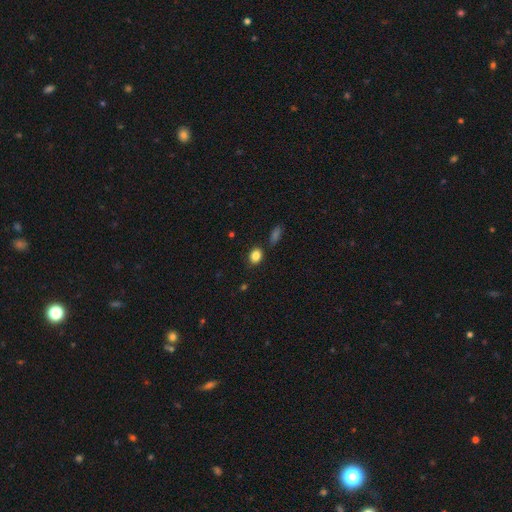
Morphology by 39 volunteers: A smooth galaxy with no disk features (85%) that is in between round and cigar-shaped (61%).

Vote fractions:
- Smooth or featured? smooth: 85% / featured or disk: 10% / star or artifact: 5%
- How rounded? in between: 61% / round: 39% / cigar-shaped: 0%
- Merging? none: 86% / minor disturbance: 5% / major disturbance: 5% / merger: 3%